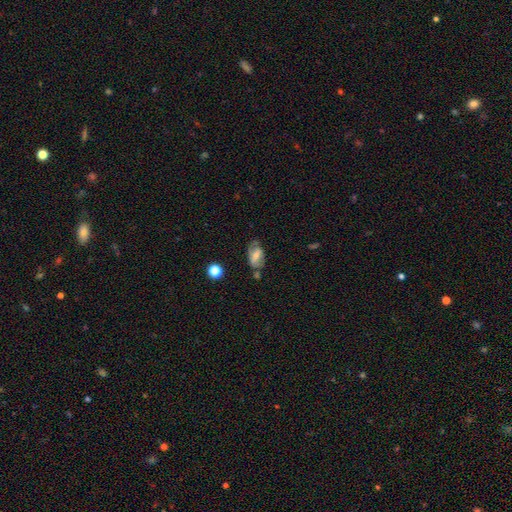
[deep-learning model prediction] Smooth or featured? featured or disk (47%)
Merging? none (58%)